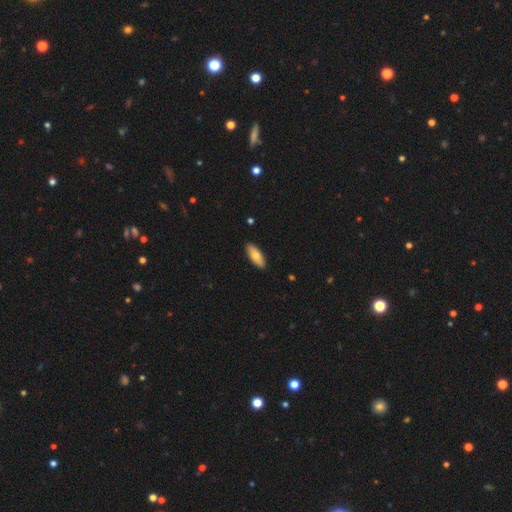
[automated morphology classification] Smooth or featured? Predicted: smooth (p=0.72). How rounded? Predicted: in between (p=0.74). Merging? Predicted: none (p=0.90).